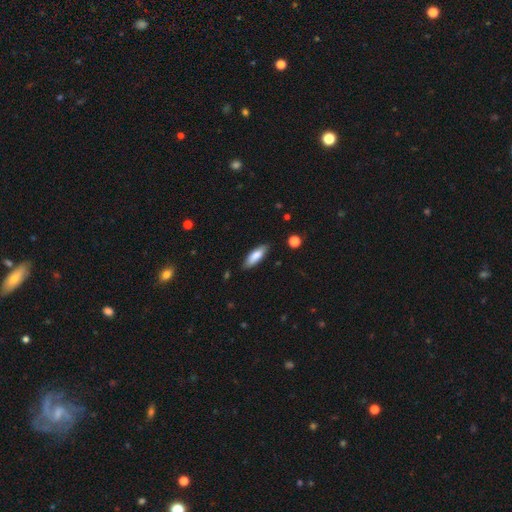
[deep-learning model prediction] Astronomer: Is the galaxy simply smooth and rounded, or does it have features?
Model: smooth — 82%.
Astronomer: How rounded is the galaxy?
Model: in between — 61% (runner-up: cigar-shaped, 37%).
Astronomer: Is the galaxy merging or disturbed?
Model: none — 83%.